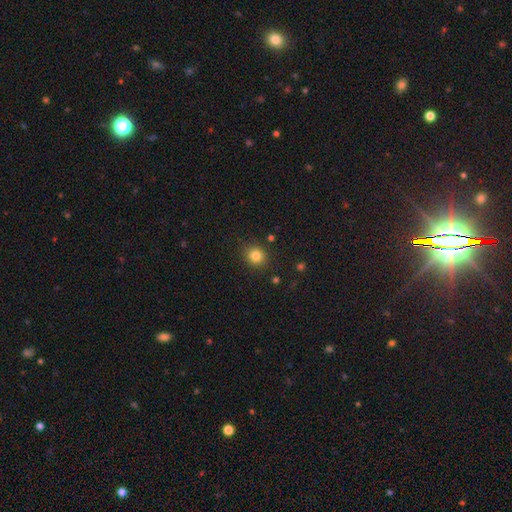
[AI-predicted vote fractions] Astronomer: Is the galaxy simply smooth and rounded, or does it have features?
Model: smooth — 83%.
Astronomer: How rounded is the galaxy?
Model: round — 81%.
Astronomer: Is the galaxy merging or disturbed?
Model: none — 87%.